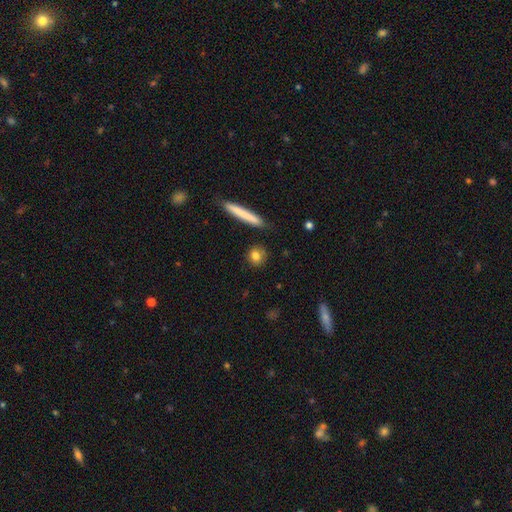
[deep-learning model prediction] smooth_or_featured: smooth (p=0.81) [alt: featured or disk p=0.11]
how_rounded: round (p=0.70) [alt: in between p=0.20]
merging: none (p=0.86) [alt: minor disturbance p=0.09]